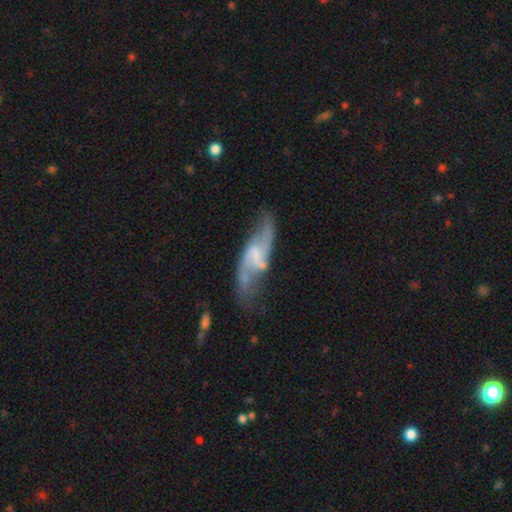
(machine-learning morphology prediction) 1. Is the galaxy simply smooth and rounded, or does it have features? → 80% featured or disk, 14% smooth, 6% star or artifact.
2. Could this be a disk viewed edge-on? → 91% no, 9% yes.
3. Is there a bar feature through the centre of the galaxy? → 50% weak, 26% strong, 24% no.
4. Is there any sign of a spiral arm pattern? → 91% yes, 9% no.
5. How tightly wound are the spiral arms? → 71% loose, 23% medium, 6% tight.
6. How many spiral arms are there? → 88% 2, 6% can't tell, 3% 1, 2% 3, 1% 4, 1% more than 4.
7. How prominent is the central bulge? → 41% none, 33% small, 21% moderate, 4% large, 1% dominant.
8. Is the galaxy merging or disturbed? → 57% none, 22% minor disturbance, 15% major disturbance, 6% merger.